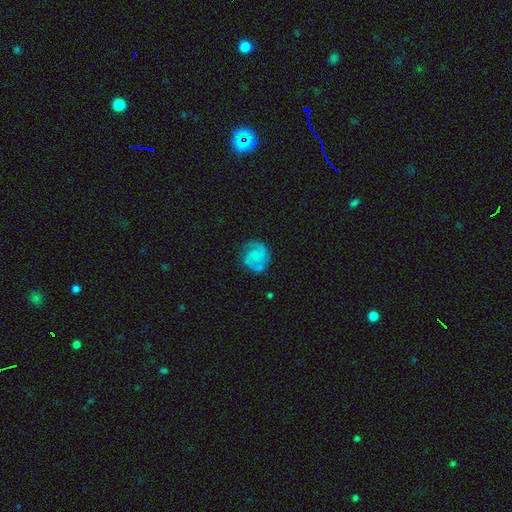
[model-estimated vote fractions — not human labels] This is likely a featured or disk galaxy (66%). It is clearly not viewed edge-on (98%). Bar: likely no (62%). Spiral arm pattern: clearly yes (92%). Spiral arm count: clearly 2 (80%). Spiral winding: possibly medium (47%). Central bulge: marginally none (44%). Merging: likely none (72%).